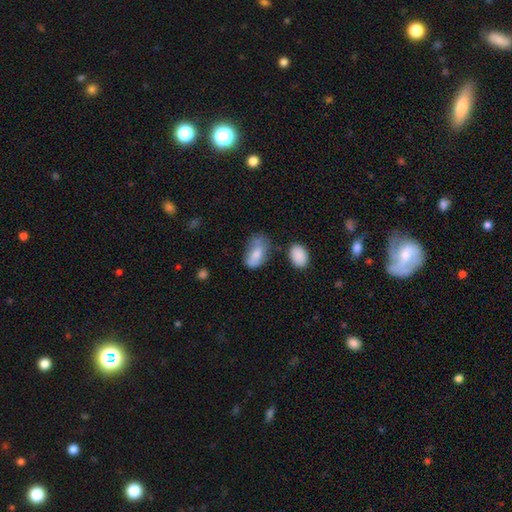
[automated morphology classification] Q: Smooth or featured?
A: smooth (74%); runner-up: featured or disk (18%)
Q: How rounded?
A: in between (92%); runner-up: round (6%)
Q: Merging?
A: none (36%); runner-up: minor disturbance (35%)